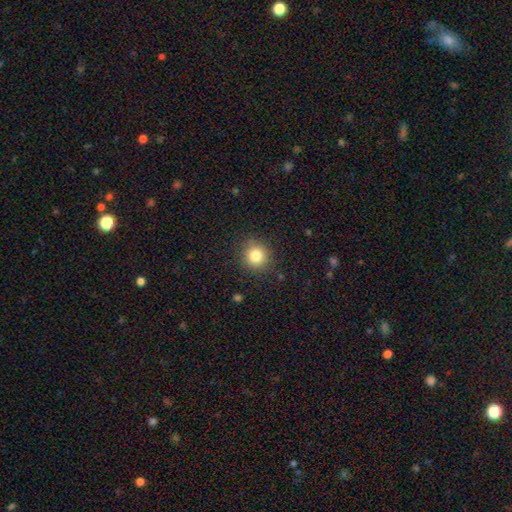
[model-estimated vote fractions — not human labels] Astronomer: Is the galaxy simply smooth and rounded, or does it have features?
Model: smooth — 82%.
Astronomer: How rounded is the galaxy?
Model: round — 89%.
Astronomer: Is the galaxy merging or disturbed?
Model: none — 88%.